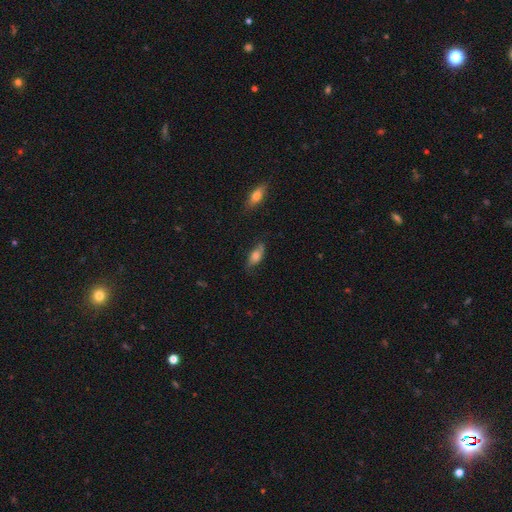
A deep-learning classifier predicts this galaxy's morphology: The model was most divided on "smooth or featured": smooth: 61%, featured or disk: 31%, star or artifact: 8%. More confident: how rounded — in between (74%); merging — none (69%).